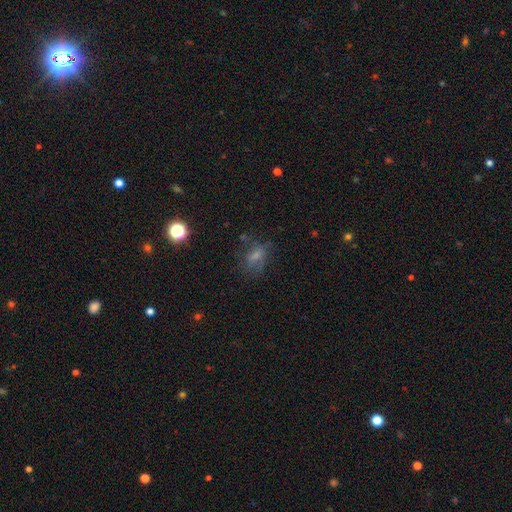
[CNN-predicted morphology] Smooth or featured? smooth (53%)
How rounded? in between (67%)
Merging? none (49%)